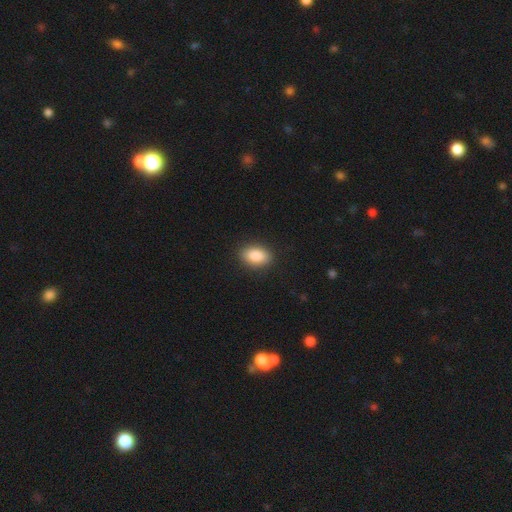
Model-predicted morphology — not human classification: The model was most divided on "how rounded": in between: 89%, round: 10%, cigar-shaped: 2%. More confident: merging — none (90%); smooth or featured — smooth (88%).